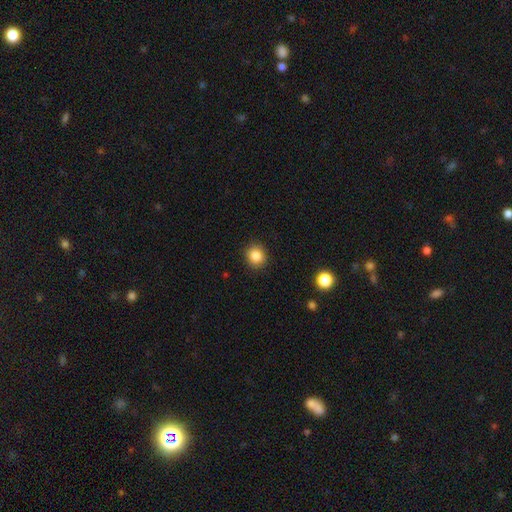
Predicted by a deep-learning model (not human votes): This appears to be a smooth galaxy with no disk features (86%) that is round (81%). Merging: none (89%).